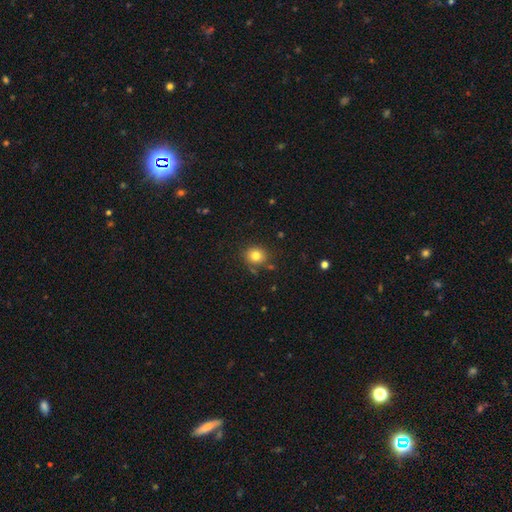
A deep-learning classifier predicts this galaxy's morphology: smooth 80%, star or artifact 12%, featured or disk 8%. Down the decision tree: how rounded — round (84%); merging — none (83%).